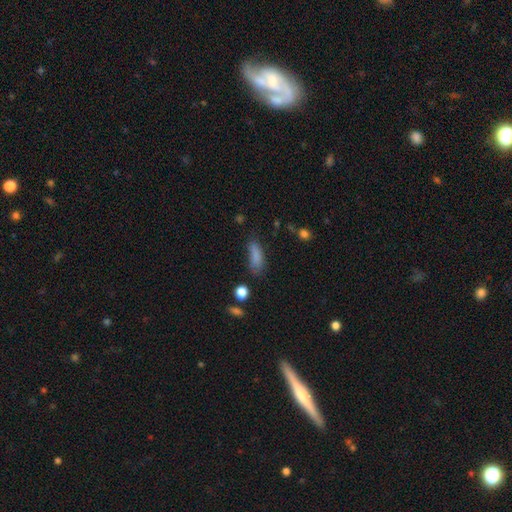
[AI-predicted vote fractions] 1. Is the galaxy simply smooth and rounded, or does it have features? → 83% smooth, 10% star or artifact, 8% featured or disk.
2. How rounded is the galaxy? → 60% in between, 37% cigar-shaped, 3% round.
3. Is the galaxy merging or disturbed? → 62% none, 26% minor disturbance, 9% major disturbance, 4% merger.